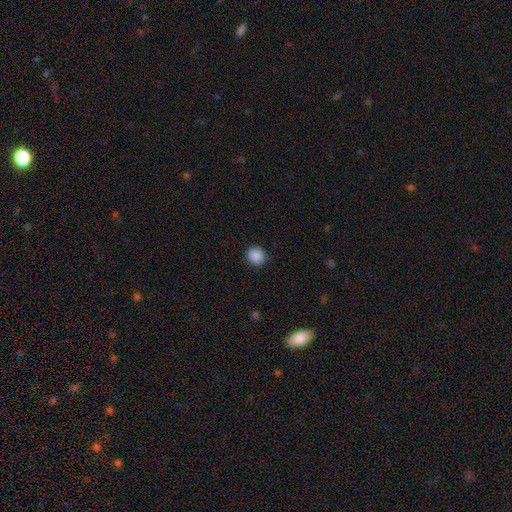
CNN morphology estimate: Overall: smooth (89%). How rounded: round (87%). Merging: none (90%).